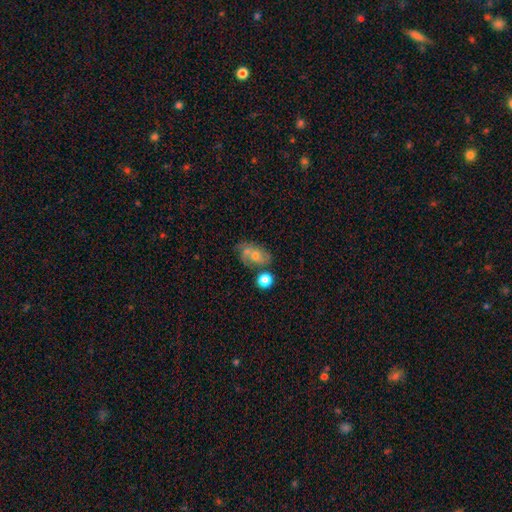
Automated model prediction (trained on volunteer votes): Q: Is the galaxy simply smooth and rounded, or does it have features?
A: featured or disk — 47%.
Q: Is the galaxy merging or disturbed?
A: none — 46%.